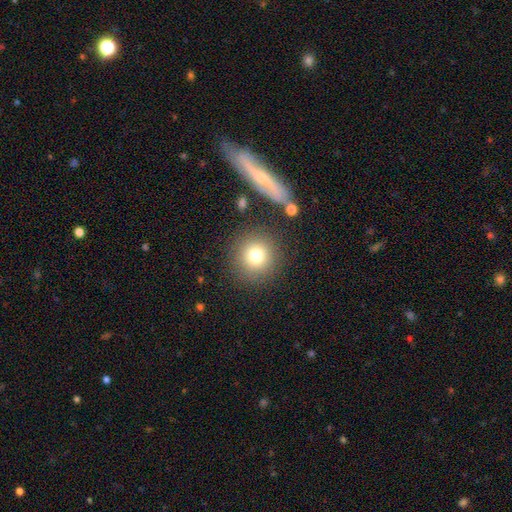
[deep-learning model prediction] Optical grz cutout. It shows a smooth galaxy with no disk features (78%) that is round (93%). Merging: none (83%).